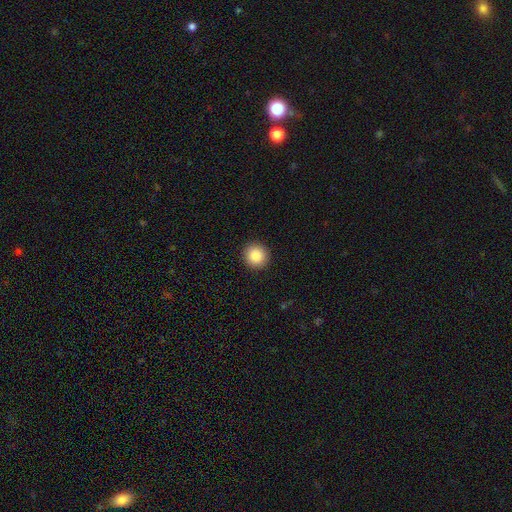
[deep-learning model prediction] Smooth or featured? Predicted: smooth (p=0.87). How rounded? Predicted: round (p=0.94). Merging? Predicted: none (p=0.93).